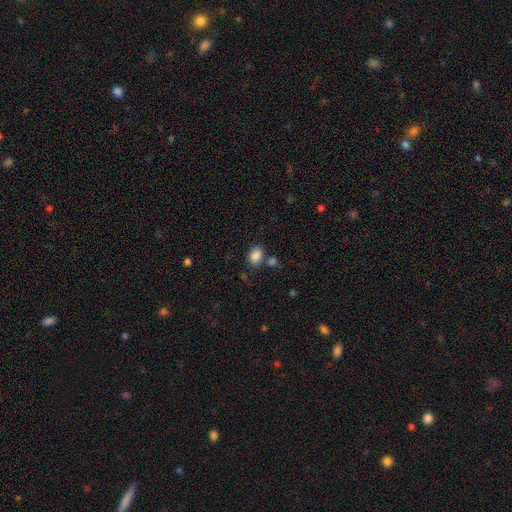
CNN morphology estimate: A smooth galaxy with no disk features (87%) that is in between round and cigar-shaped (75%).

Vote fractions:
- Smooth or featured? smooth: 87% / star or artifact: 9% / featured or disk: 4%
- How rounded? in between: 75% / round: 24% / cigar-shaped: 1%
- Merging? none: 70% / merger: 14% / minor disturbance: 13% / major disturbance: 4%